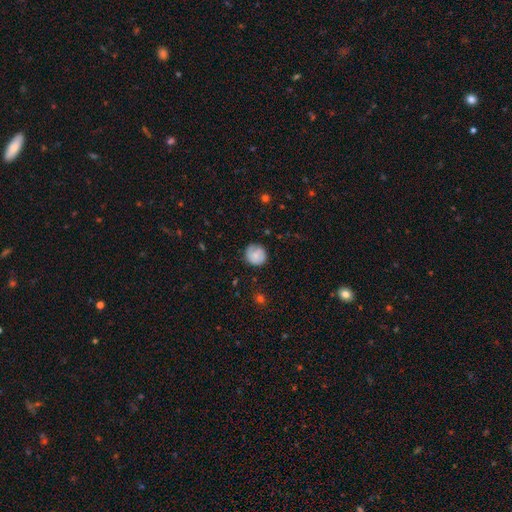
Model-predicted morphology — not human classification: A smooth galaxy with no disk features (71%) that is round (89%). Merging: none (77%).